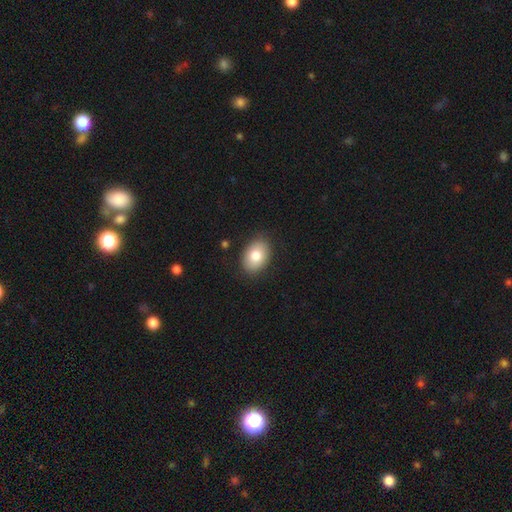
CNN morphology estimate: The model was most divided on "how rounded": in between: 80%, round: 19%, cigar-shaped: 1%. More confident: merging — none (87%); smooth or featured — smooth (81%).